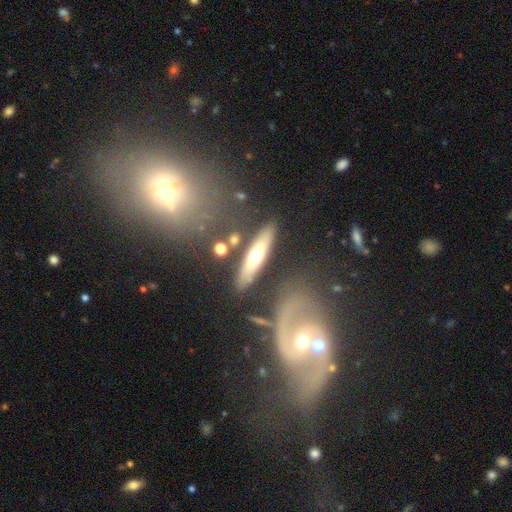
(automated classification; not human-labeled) Morphology: type=smooth (50%); roundness=cigar-shaped (74%); merging=none (78%).